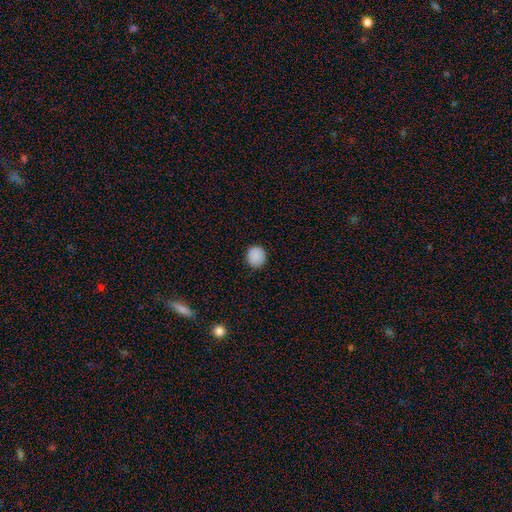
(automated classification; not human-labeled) smooth 88%, star or artifact 9%, featured or disk 3%. Down the decision tree: how rounded — round (88%); merging — none (90%).